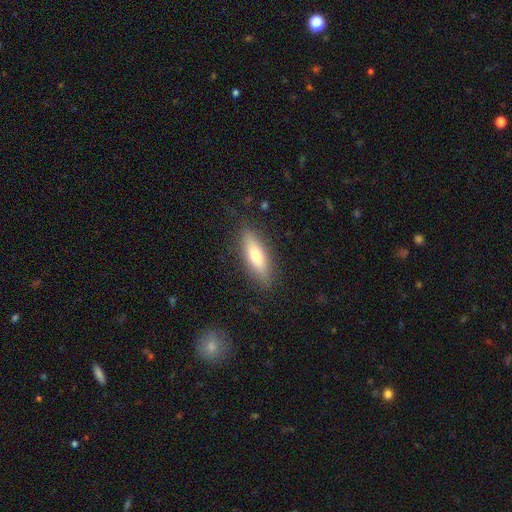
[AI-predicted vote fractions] Overall: smooth (65%; featured or disk 29%). How rounded: cigar-shaped (52%; in between 45%). Merging: none (85%).